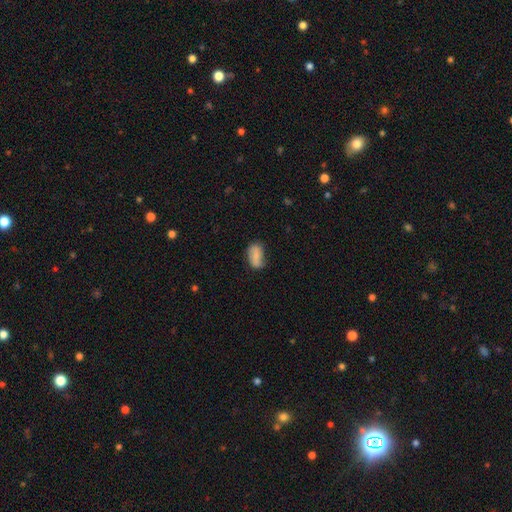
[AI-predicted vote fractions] smooth 73%, featured or disk 19%, star or artifact 8%. Down the decision tree: how rounded — in between (90%); merging — none (61%).